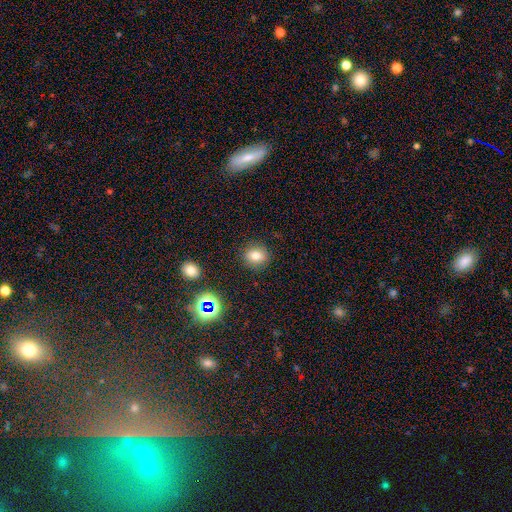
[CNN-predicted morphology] This appears to be a smooth galaxy with no disk features (76%) that is round (63%). Merging: none (88%).